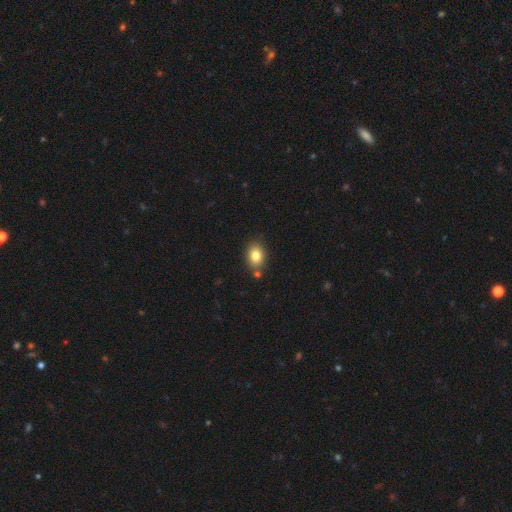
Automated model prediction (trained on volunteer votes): smooth-or-featured: smooth: 82% | star or artifact: 10% | featured or disk: 8%
  how-rounded: in between: 65% | round: 34% | cigar-shaped: 1%
  merging: none: 78% | minor disturbance: 11% | merger: 8% | major disturbance: 3%